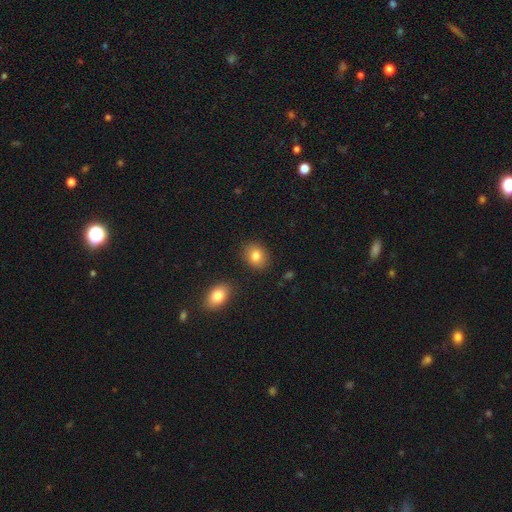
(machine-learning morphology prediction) This is clearly a smooth galaxy (83%). How rounded: possibly in between (50%). Merging: clearly none (86%).